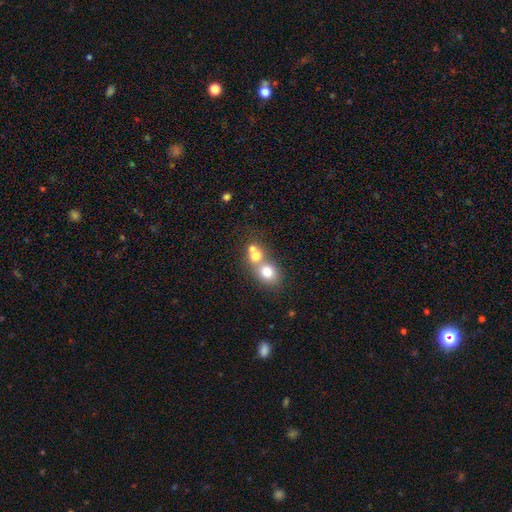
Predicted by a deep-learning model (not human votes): This is likely a smooth galaxy (70%). How rounded: likely round (65%). Merging: likely merger (64%).